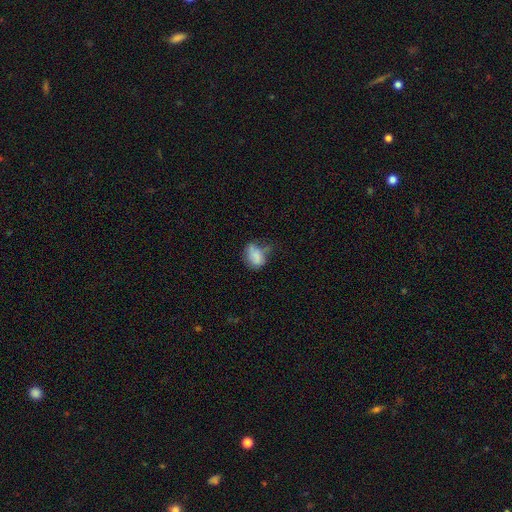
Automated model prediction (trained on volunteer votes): Overall: smooth (67%). How rounded: in between (78%). Merging: minor disturbance (34%; none 30%).